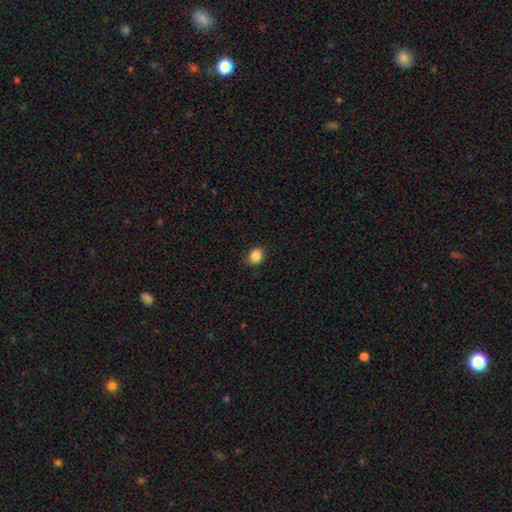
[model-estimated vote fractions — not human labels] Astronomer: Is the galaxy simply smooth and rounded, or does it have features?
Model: smooth — 87%.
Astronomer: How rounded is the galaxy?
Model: round — 55% (runner-up: in between, 44%).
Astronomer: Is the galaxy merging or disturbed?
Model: none — 87%.